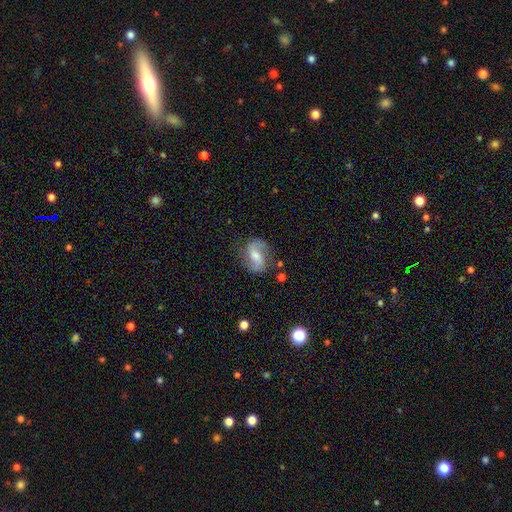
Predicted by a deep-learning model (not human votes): smooth_or_featured: featured or disk (p=0.71) [alt: smooth p=0.22]
disk_edge_on: no (p=0.97) [alt: yes p=0.03]
bar: weak (p=0.48) [alt: no p=0.29]
has_spiral_arms: yes (p=0.92) [alt: no p=0.08]
spiral_winding: loose (p=0.46) [alt: medium p=0.41]
spiral_arm_count: 2 (p=0.89) [alt: can't tell p=0.04]
bulge_size: moderate (p=0.51) [alt: small p=0.30]
merging: none (p=0.73) [alt: minor disturbance p=0.18]